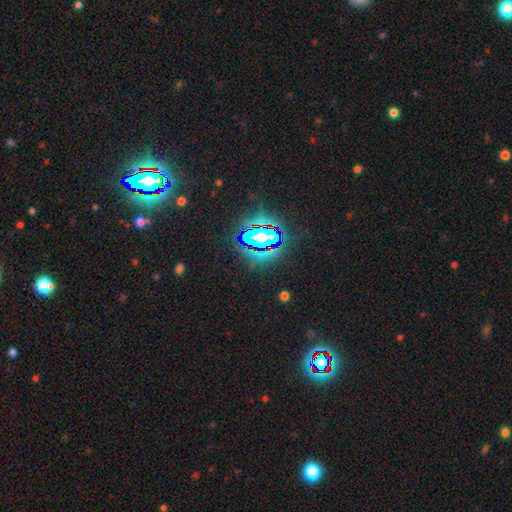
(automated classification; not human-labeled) Smooth or featured?
  - star or artifact: 84% *
  - smooth: 9%
  - featured or disk: 7%